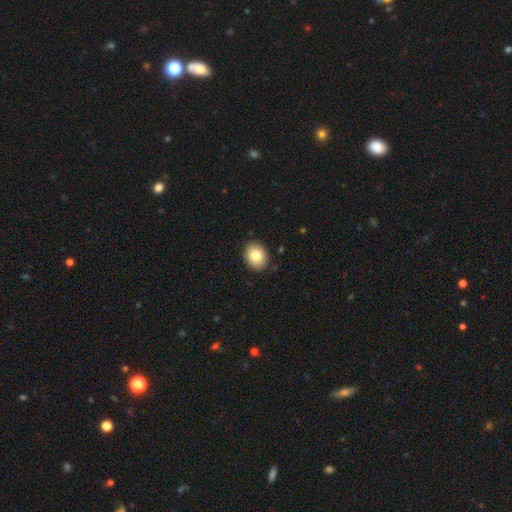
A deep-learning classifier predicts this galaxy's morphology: The model was most divided on "how rounded": in between: 54%, round: 45%, cigar-shaped: 1%. More confident: merging — none (89%); smooth or featured — smooth (84%).